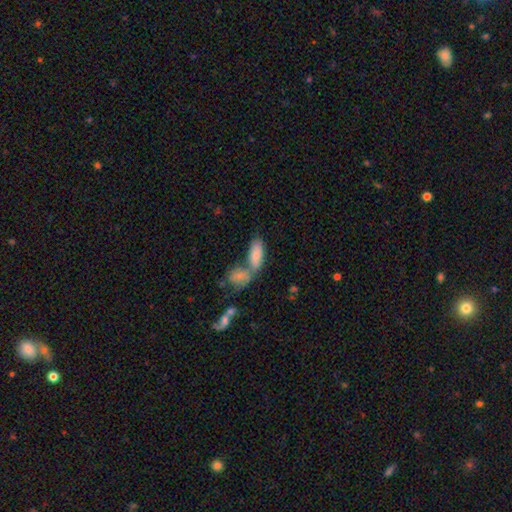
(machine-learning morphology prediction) Smooth or featured? Predicted: smooth (p=0.81). How rounded? Predicted: in between (p=0.83). Merging? Predicted: merger (p=0.52).